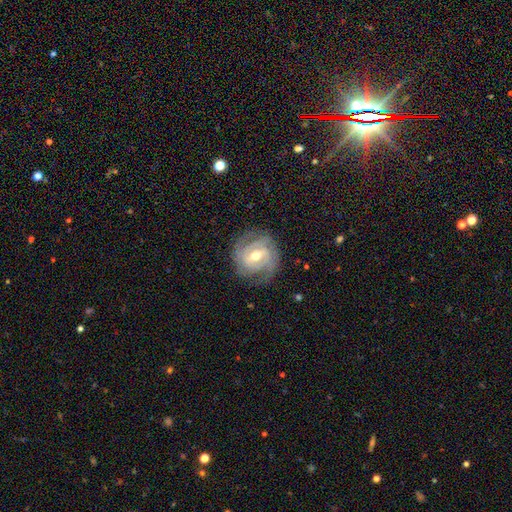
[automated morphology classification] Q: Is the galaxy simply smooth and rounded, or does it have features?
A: featured or disk — 86%.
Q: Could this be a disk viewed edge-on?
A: no — 97%.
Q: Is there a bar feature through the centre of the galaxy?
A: weak — 50%.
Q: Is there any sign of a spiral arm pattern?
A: yes — 95%.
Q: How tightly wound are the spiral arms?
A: tight — 63%.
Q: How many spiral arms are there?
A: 2 — 42%.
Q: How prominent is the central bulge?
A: moderate — 70%.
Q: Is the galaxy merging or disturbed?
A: none — 77%.